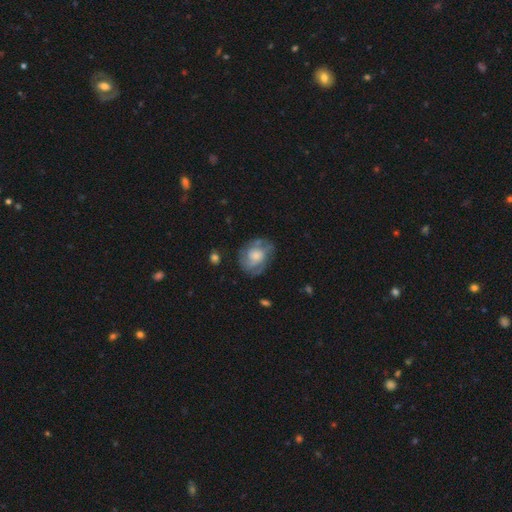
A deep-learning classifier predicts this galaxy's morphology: smooth_or_featured: featured or disk (p=0.66) [alt: smooth p=0.27]
disk_edge_on: no (p=0.97) [alt: yes p=0.03]
bar: no (p=0.74) [alt: weak p=0.22]
has_spiral_arms: yes (p=0.84) [alt: no p=0.16]
spiral_winding: tight (p=0.46) [alt: medium p=0.39]
spiral_arm_count: can't tell (p=0.35) [alt: 2 p=0.25]
bulge_size: moderate (p=0.41) [alt: small p=0.32]
merging: none (p=0.66) [alt: minor disturbance p=0.21]